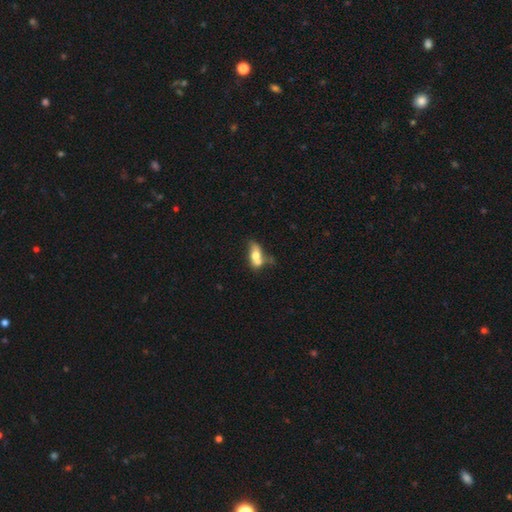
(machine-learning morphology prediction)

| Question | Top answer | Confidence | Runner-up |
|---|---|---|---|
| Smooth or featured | smooth | 61% | featured or disk (31%) |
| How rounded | in between | 76% | cigar-shaped (15%) |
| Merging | merger | 50% | none (25%) |